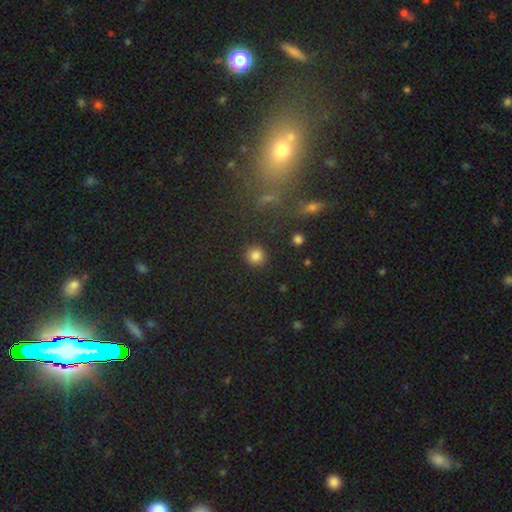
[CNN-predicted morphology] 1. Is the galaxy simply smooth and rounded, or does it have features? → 82% smooth, 13% star or artifact, 5% featured or disk.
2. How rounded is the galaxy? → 93% round, 6% in between, 1% cigar-shaped.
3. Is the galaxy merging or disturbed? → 91% none, 6% minor disturbance, 2% major disturbance, 1% merger.